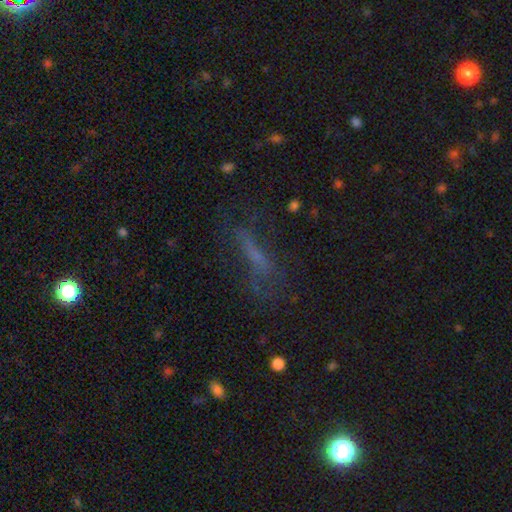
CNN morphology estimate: A smooth galaxy with no disk features (41%). Merging: none (54%).